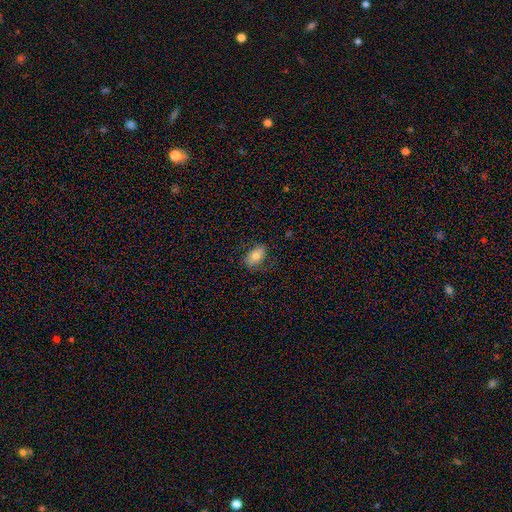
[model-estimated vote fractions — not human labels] This appears to be a smooth galaxy with no disk features (79%) that is in between round and cigar-shaped (91%). Merging: none (75%).